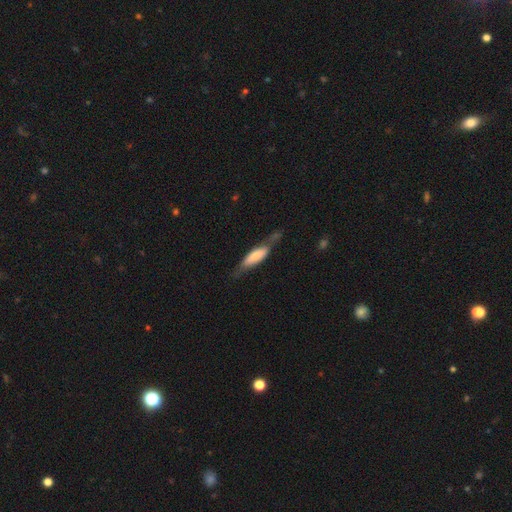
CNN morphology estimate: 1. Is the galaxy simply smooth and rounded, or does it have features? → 56% smooth, 38% featured or disk, 6% star or artifact.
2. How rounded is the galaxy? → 56% cigar-shaped, 42% in between, 2% round.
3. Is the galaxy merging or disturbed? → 52% none, 28% minor disturbance, 16% major disturbance, 4% merger.